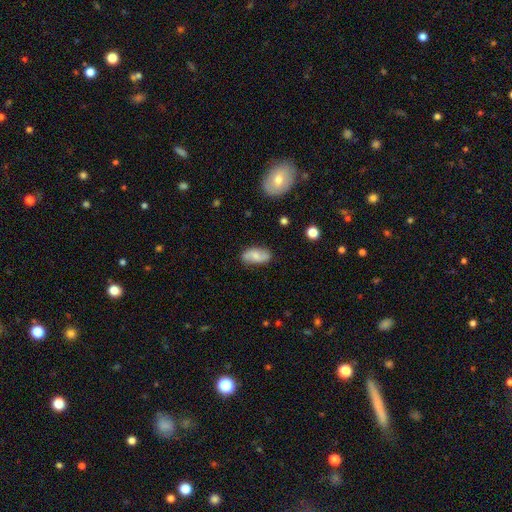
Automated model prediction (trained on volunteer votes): smooth_or_featured: smooth (p=0.50) [alt: featured or disk p=0.43]
merging: none (p=0.79) [alt: minor disturbance p=0.16]